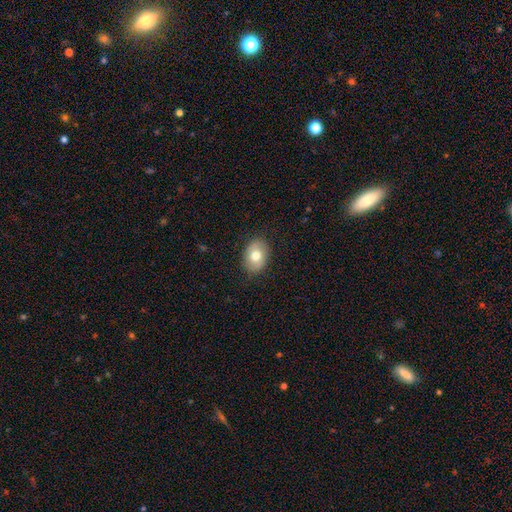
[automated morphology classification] smooth 74%, featured or disk 18%, star or artifact 8%. Down the decision tree: how rounded — in between (69%); merging — none (85%).